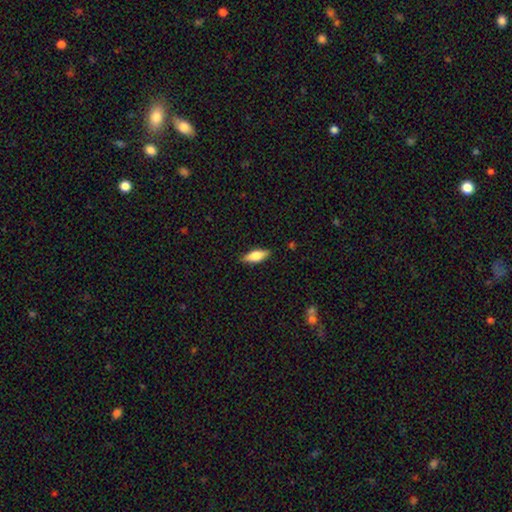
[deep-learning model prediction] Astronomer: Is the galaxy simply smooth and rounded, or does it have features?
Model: smooth — 71%.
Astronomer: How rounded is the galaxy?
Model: in between — 70%.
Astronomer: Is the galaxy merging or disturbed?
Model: none — 86%.